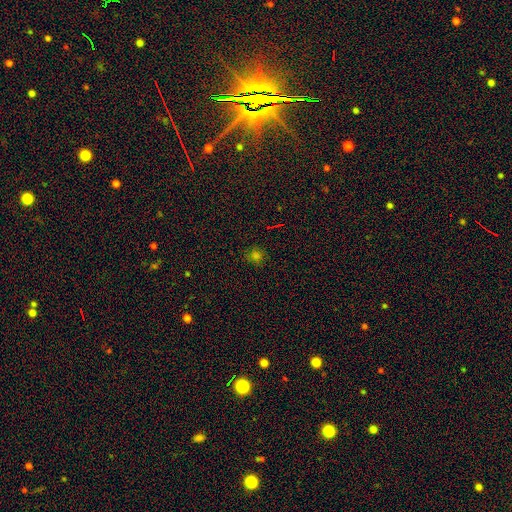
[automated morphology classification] A smooth galaxy with no disk features (68%) that is round (87%). Merging: none (85%).